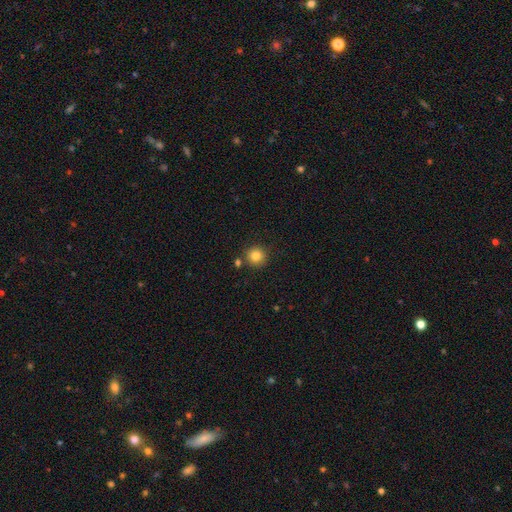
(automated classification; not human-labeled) Smooth or featured: smooth — 83% (star or artifact — 11%)
How rounded: round — 93% (in between — 6%)
Merging: none — 82% (minor disturbance — 8%)